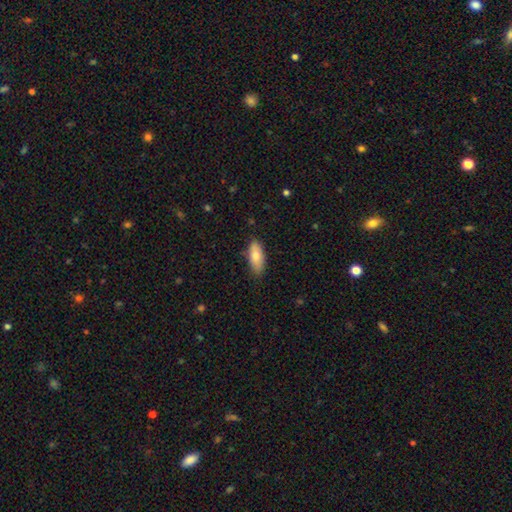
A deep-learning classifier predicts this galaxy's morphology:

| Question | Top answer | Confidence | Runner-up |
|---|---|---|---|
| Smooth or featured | smooth | 80% | featured or disk (14%) |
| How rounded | in between | 79% | cigar-shaped (18%) |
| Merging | none | 83% | minor disturbance (14%) |